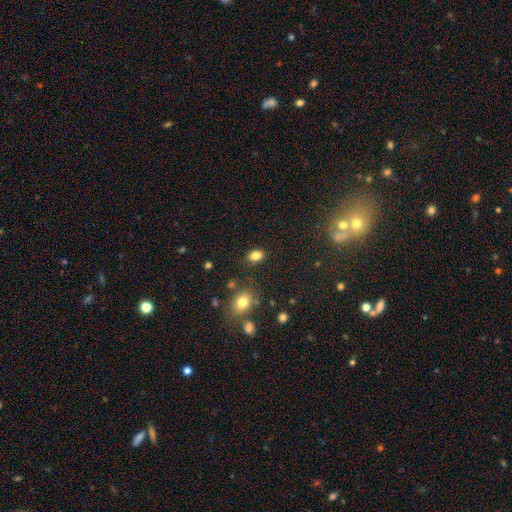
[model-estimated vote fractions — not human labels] Smooth or featured? Predicted: smooth (p=0.83). How rounded? Predicted: in between (p=0.79). Merging? Predicted: none (p=0.82).